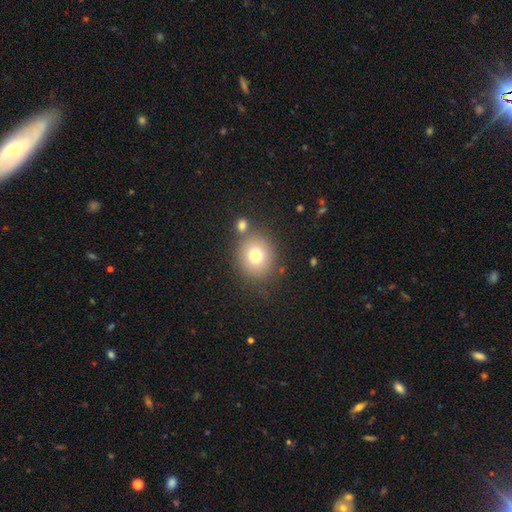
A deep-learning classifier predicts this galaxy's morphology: Q: Smooth or featured?
A: smooth (74%); runner-up: star or artifact (13%)
Q: How rounded?
A: round (82%); runner-up: in between (17%)
Q: Merging?
A: none (73%); runner-up: merger (12%)